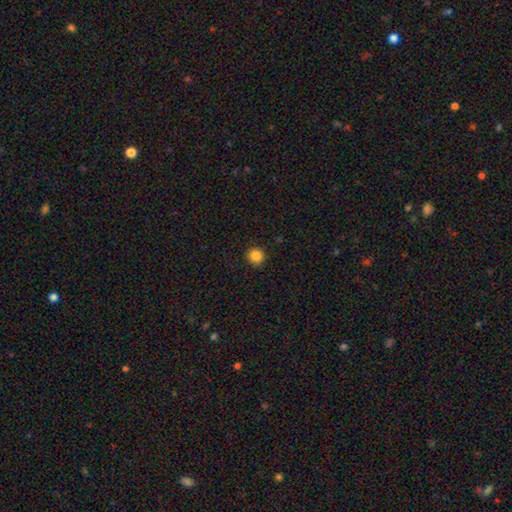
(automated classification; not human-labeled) This appears to be a smooth galaxy with no disk features (85%) that is round (93%). Merging: none (90%).